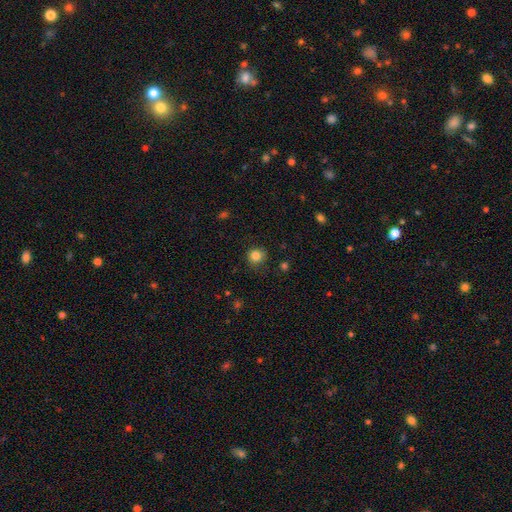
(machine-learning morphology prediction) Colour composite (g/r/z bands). It shows a smooth galaxy with no disk features (84%) that is round (89%). Merging: none (82%).